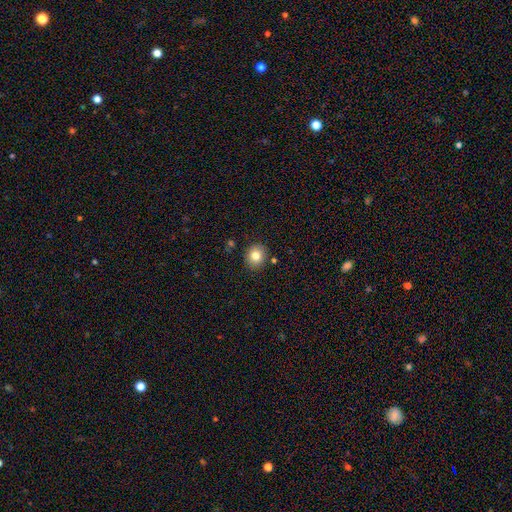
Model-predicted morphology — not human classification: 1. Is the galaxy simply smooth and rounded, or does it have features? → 81% smooth, 10% star or artifact, 9% featured or disk.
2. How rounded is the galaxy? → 75% round, 24% in between, 1% cigar-shaped.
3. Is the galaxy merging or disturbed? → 86% none, 9% minor disturbance, 3% merger, 2% major disturbance.